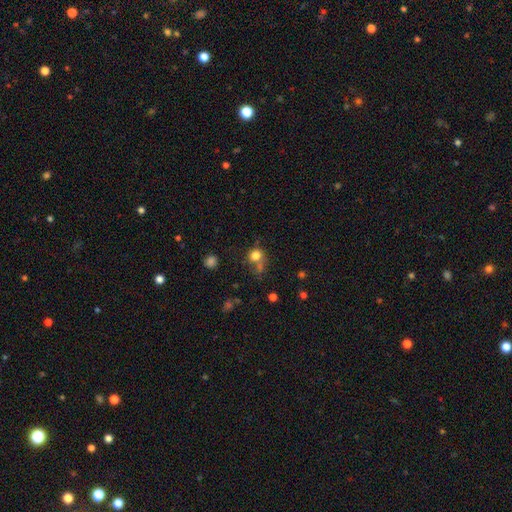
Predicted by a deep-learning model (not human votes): This is likely a smooth galaxy (78%). How rounded: likely round (80%). Merging: possibly none (48%).